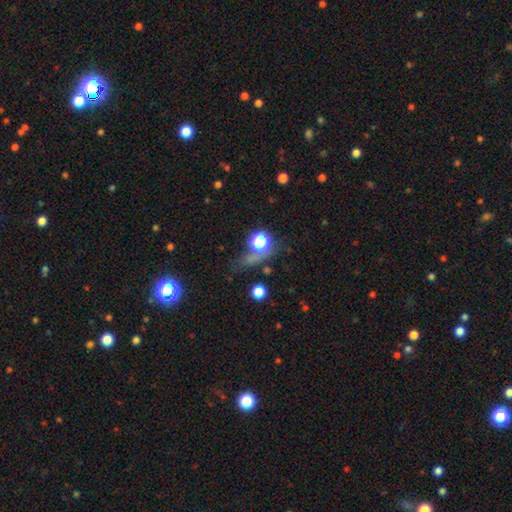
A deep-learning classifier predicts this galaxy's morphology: Overall: star or artifact (50%; smooth 38%).